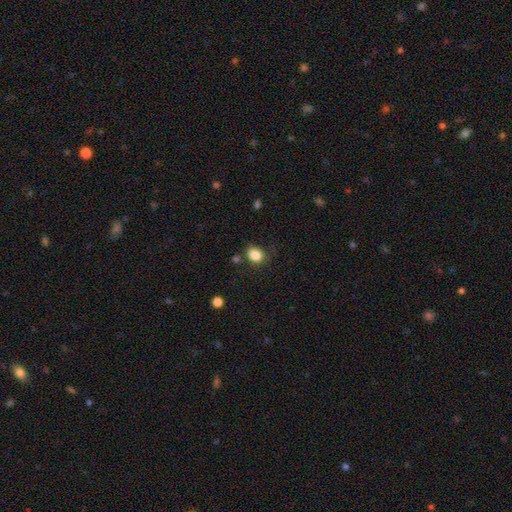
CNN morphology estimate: type=smooth (85%); roundness=round (60%); merging=none (71%).